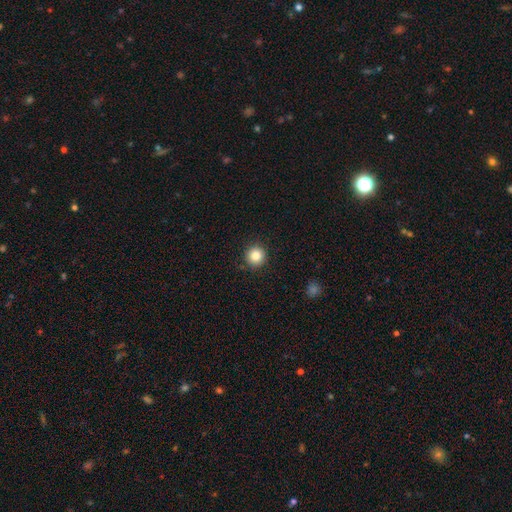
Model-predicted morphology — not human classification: A smooth galaxy with no disk features (84%) that is round (95%).

Vote fractions:
- Smooth or featured? smooth: 84% / star or artifact: 10% / featured or disk: 6%
- How rounded? round: 95% / in between: 5% / cigar-shaped: 1%
- Merging? none: 91% / minor disturbance: 6% / major disturbance: 2% / merger: 1%